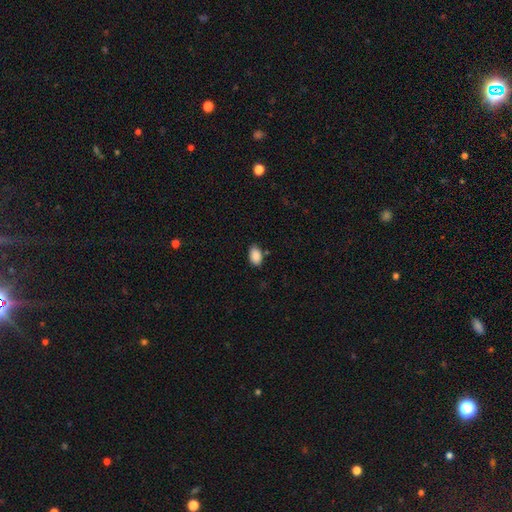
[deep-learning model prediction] Smooth or featured?
  - smooth: 88% *
  - star or artifact: 8%
  - featured or disk: 4%
How rounded?
  - in between: 91% *
  - round: 8%
  - cigar-shaped: 1%
Merging?
  - none: 79% *
  - minor disturbance: 15%
  - merger: 3%
  - major disturbance: 3%